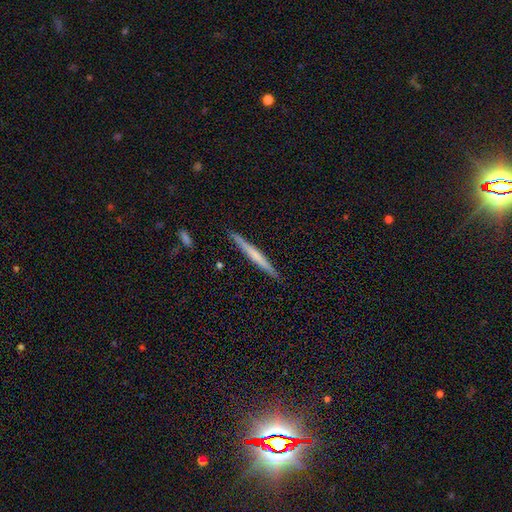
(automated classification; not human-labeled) smooth_or_featured: smooth (p=0.50) [alt: featured or disk p=0.44]
merging: none (p=0.90) [alt: minor disturbance p=0.07]